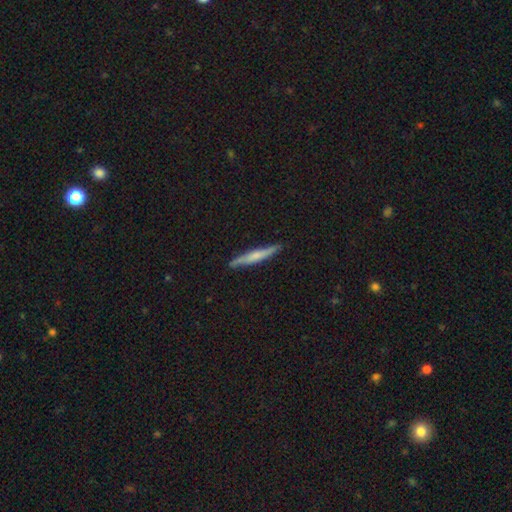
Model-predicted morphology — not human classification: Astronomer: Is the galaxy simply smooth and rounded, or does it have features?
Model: smooth — 50% (runner-up: featured or disk, 45%).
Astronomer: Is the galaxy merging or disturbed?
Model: none — 86%.